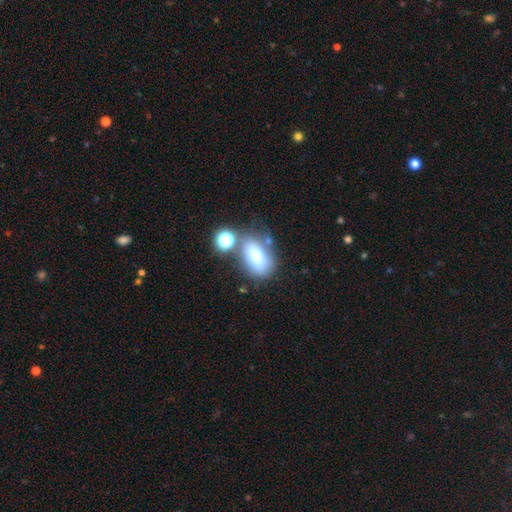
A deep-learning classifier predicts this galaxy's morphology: A smooth galaxy with no disk features (68%) that is in between round and cigar-shaped (83%). Merging: none (53%).